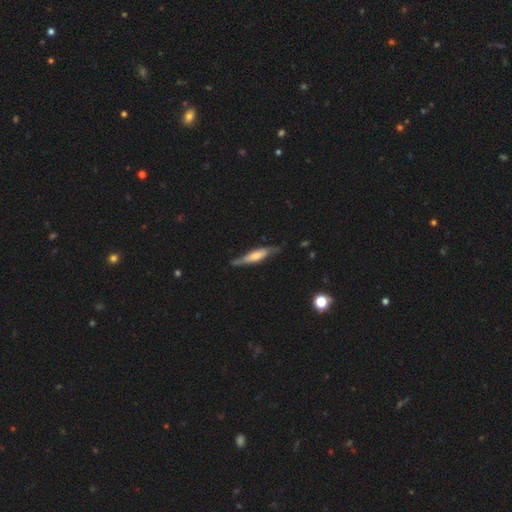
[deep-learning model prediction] Smooth or featured: featured or disk — 56% (smooth — 38%)
Edge-on disk: yes — 80% (no — 20%)
Merging: none — 73% (minor disturbance — 20%)